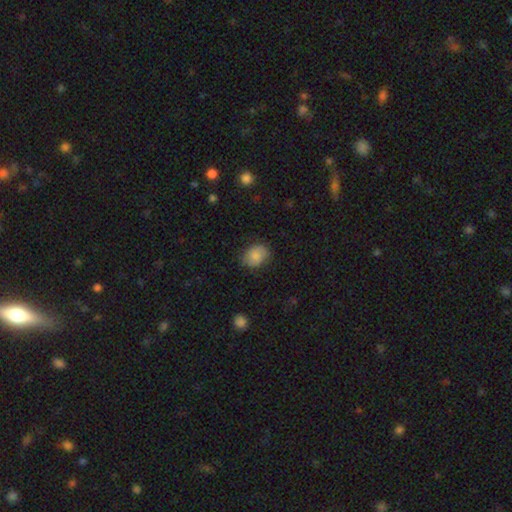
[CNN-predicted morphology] smooth-or-featured: smooth: 84% | featured or disk: 9% | star or artifact: 8%
  how-rounded: in between: 55% | round: 44% | cigar-shaped: 1%
  merging: none: 77% | minor disturbance: 18% | major disturbance: 4% | merger: 1%